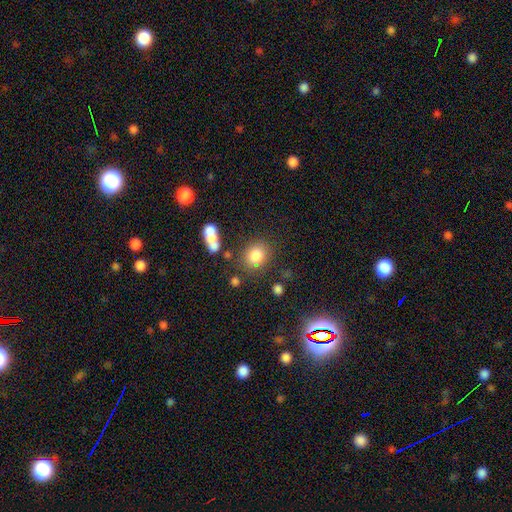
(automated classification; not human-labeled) Smooth or featured: smooth — 79% (star or artifact — 11%)
How rounded: round — 69% (in between — 30%)
Merging: none — 68% (minor disturbance — 13%)